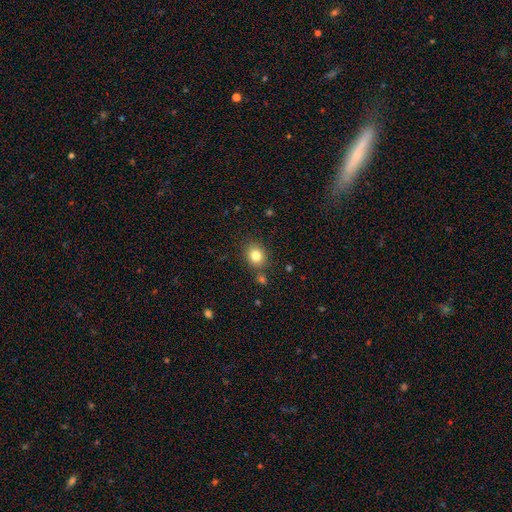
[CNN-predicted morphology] The model was most divided on "how rounded": round: 67%, in between: 32%, cigar-shaped: 1%. More confident: smooth or featured — smooth (81%); merging — none (81%).